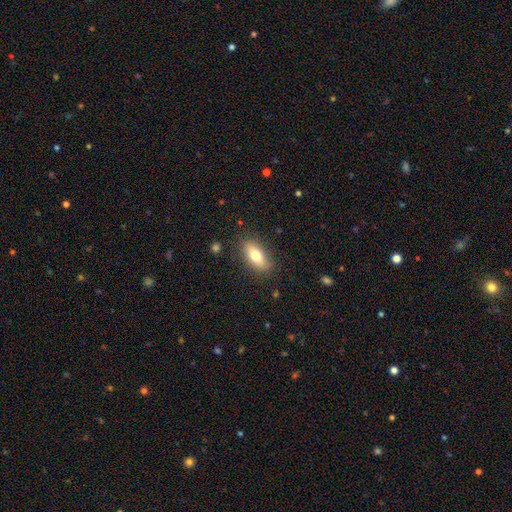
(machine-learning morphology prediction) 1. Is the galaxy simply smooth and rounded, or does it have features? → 73% smooth, 20% featured or disk, 7% star or artifact.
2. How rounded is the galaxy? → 82% in between, 13% cigar-shaped, 5% round.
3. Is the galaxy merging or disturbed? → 83% none, 13% minor disturbance, 3% major disturbance, 1% merger.